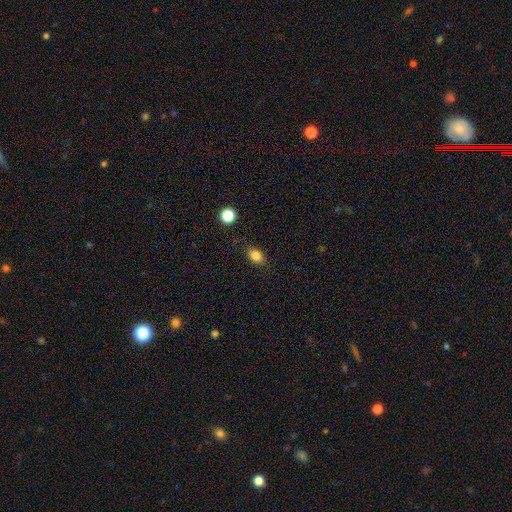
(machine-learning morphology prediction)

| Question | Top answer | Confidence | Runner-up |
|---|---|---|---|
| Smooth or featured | smooth | 83% | star or artifact (11%) |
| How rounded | in between | 72% | round (27%) |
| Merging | none | 83% | minor disturbance (12%) |